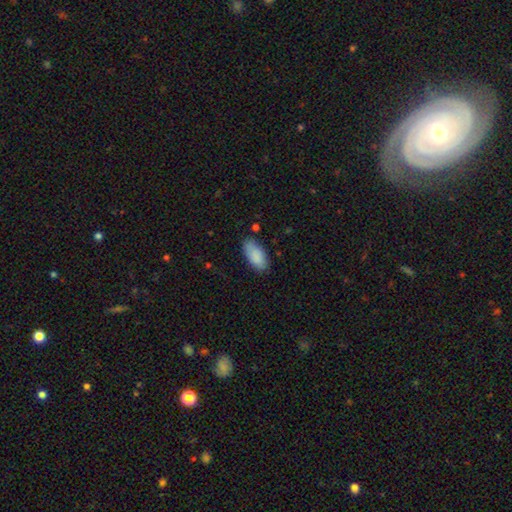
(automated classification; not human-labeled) smooth 87%, featured or disk 7%, star or artifact 6%. Down the decision tree: how rounded — in between (92%); merging — none (76%).